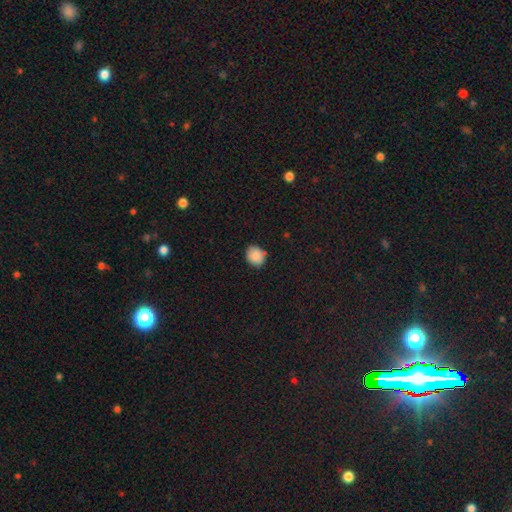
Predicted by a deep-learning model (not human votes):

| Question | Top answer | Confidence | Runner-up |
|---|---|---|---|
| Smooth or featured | smooth | 88% | star or artifact (8%) |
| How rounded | round | 66% | in between (33%) |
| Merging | none | 81% | minor disturbance (16%) |